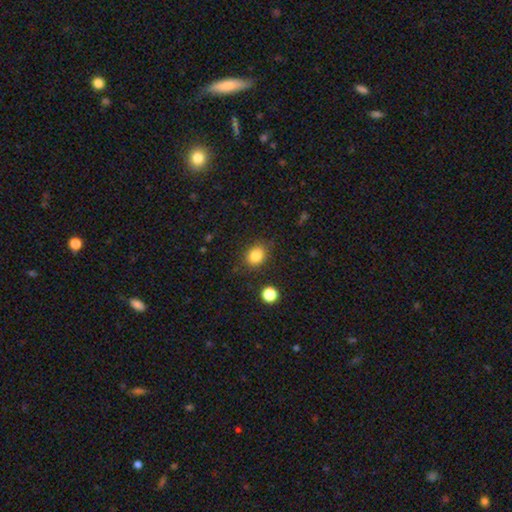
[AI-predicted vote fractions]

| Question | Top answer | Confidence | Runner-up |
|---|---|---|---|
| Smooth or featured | smooth | 84% | star or artifact (11%) |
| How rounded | round | 54% | in between (45%) |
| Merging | none | 80% | minor disturbance (13%) |